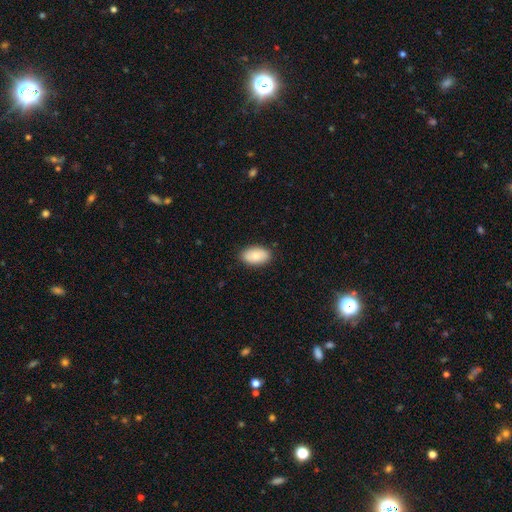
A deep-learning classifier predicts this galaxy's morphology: smooth-or-featured: smooth: 82% | featured or disk: 12% | star or artifact: 6%
  how-rounded: in between: 93% | round: 5% | cigar-shaped: 1%
  merging: none: 87% | minor disturbance: 10% | major disturbance: 2% | merger: 1%